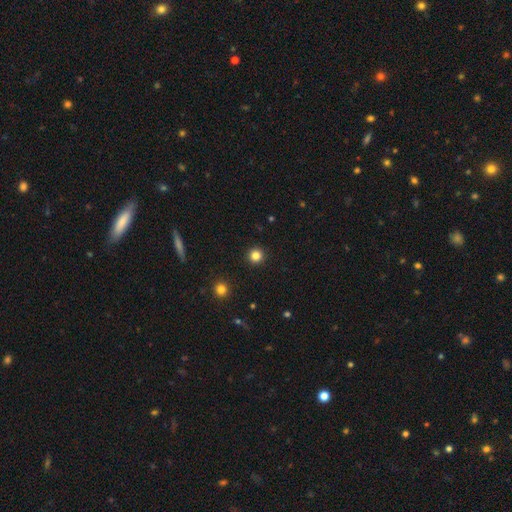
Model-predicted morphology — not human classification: Q: Smooth or featured?
A: smooth (82%); runner-up: star or artifact (13%)
Q: How rounded?
A: round (96%); runner-up: in between (3%)
Q: Merging?
A: none (93%); runner-up: minor disturbance (4%)